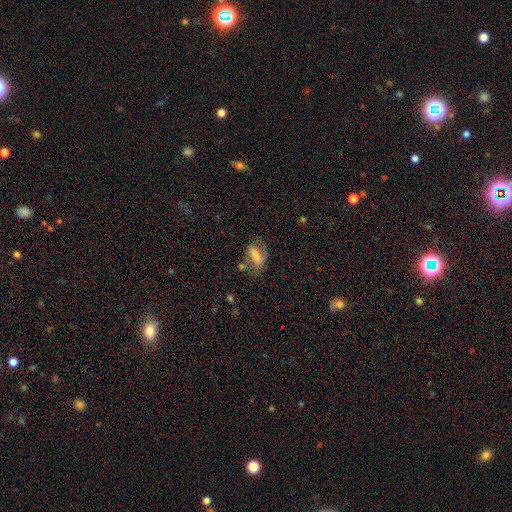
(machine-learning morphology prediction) A smooth galaxy with no disk features (49%).

Vote fractions:
- Smooth or featured? smooth: 49% / featured or disk: 38% / star or artifact: 13%
- Merging? none: 50% / minor disturbance: 25% / major disturbance: 18% / merger: 7%